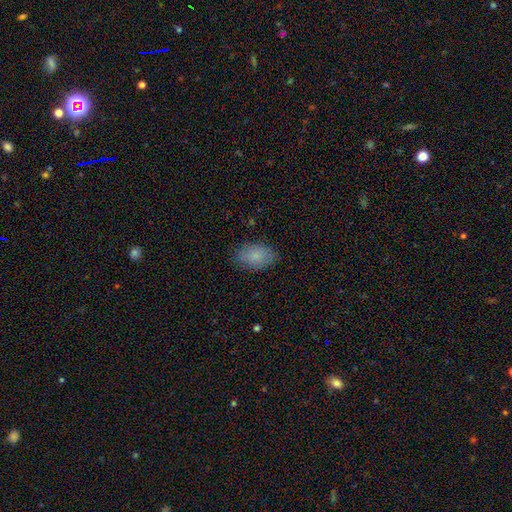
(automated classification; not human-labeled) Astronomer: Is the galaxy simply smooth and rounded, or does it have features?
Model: smooth — 84%.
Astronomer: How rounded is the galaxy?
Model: in between — 86%.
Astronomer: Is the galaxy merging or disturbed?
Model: none — 83%.